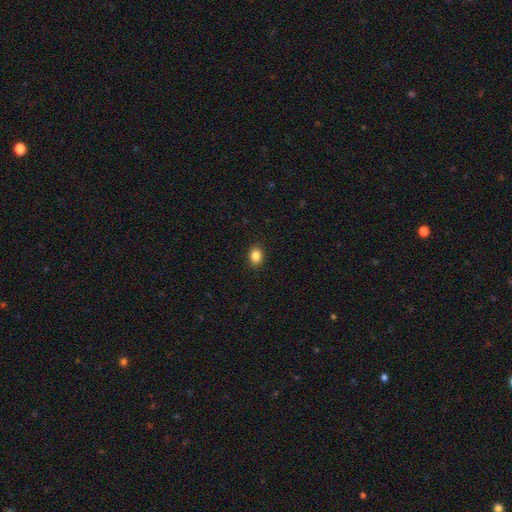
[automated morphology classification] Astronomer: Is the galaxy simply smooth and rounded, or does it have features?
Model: smooth — 86%.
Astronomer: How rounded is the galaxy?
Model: in between — 59% (runner-up: round, 40%).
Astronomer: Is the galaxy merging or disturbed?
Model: none — 91%.